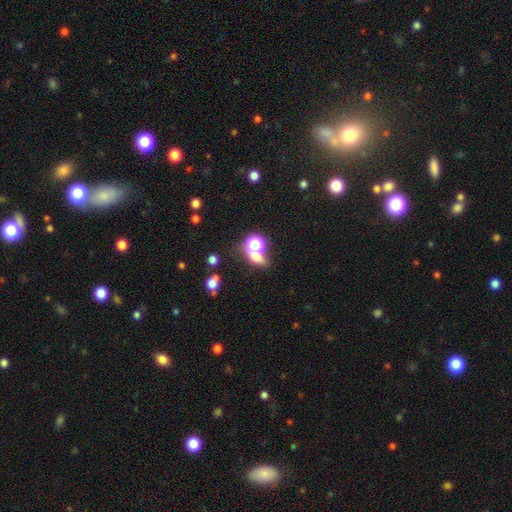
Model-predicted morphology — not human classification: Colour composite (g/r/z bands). It shows a smooth galaxy with no disk features (54%) that is round (51%). Merging: none (49%).